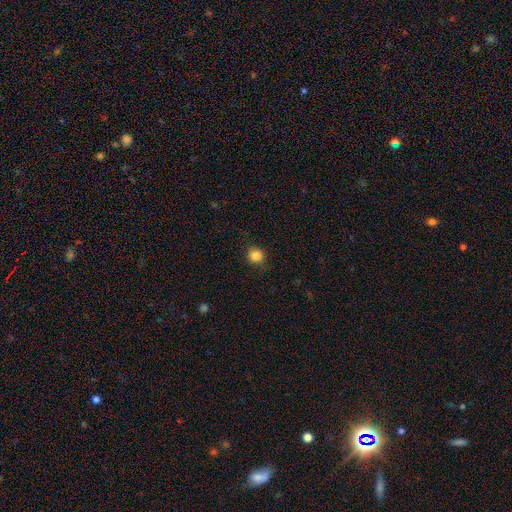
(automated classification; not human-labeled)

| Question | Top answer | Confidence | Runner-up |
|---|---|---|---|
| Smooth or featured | smooth | 84% | star or artifact (11%) |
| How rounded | round | 89% | in between (10%) |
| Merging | none | 87% | minor disturbance (10%) |